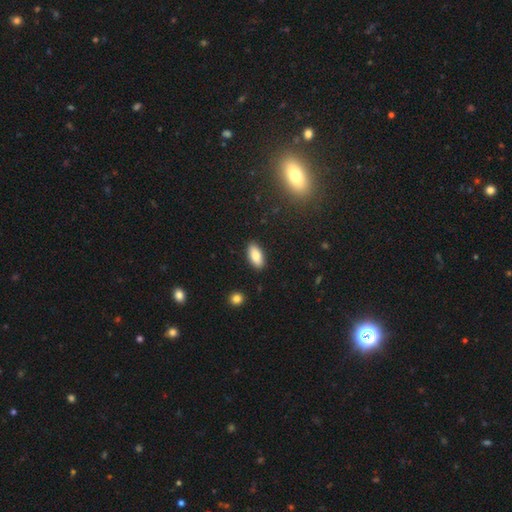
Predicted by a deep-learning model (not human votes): Smooth or featured? smooth (81%)
How rounded? in between (88%)
Merging? none (89%)